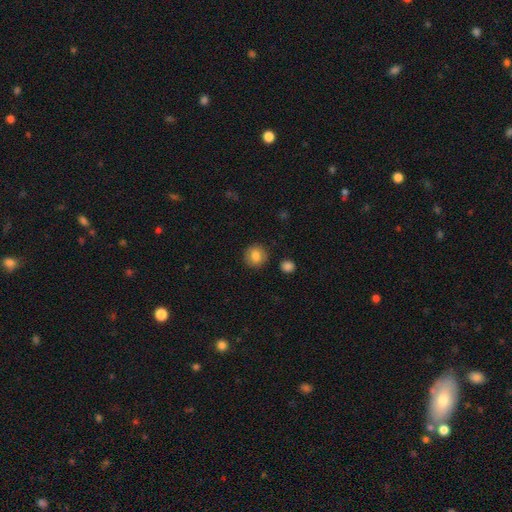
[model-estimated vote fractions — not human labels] The model was most divided on "smooth or featured": smooth: 83%, star or artifact: 9%, featured or disk: 8%. More confident: how rounded — round (89%); merging — none (89%).